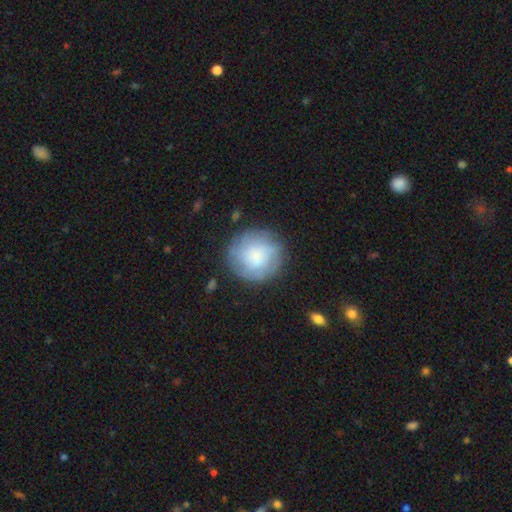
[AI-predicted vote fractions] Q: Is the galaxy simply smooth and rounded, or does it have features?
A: smooth — 52%.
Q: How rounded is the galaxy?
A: round — 91%.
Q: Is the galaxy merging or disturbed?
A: none — 80%.